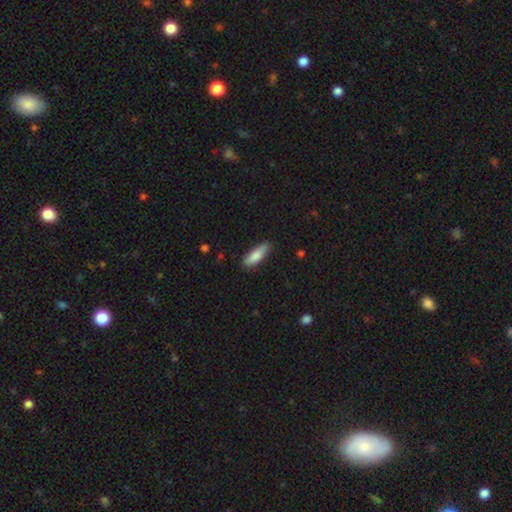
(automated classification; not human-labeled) This is clearly a smooth galaxy (82%). How rounded: possibly in between (50%). Merging: likely none (80%).